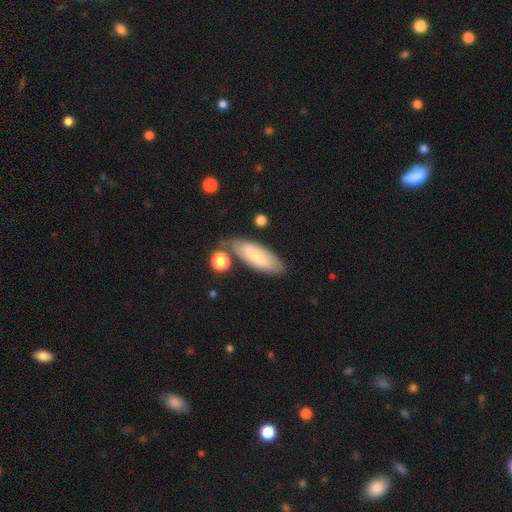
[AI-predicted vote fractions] This is possibly a smooth galaxy (54%). How rounded: likely in between (66%). Merging: likely none (67%).